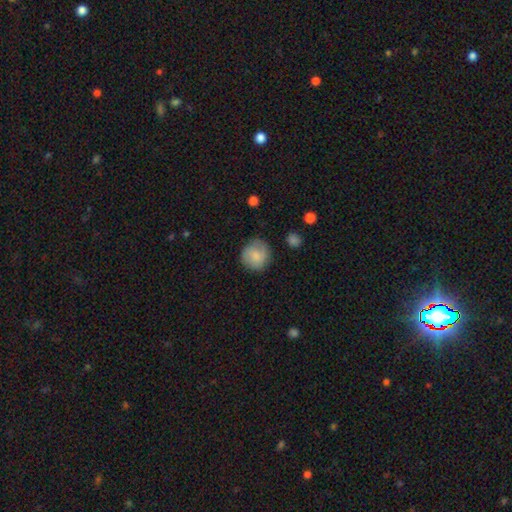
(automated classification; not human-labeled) Smooth or featured? Predicted: smooth (p=0.74). How rounded? Predicted: round (p=0.90). Merging? Predicted: none (p=0.80).